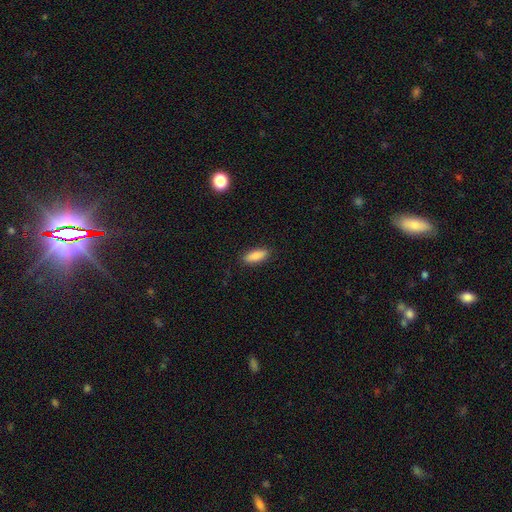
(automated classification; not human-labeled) Morphology: type=smooth (87%); roundness=in between (70%); merging=none (89%).